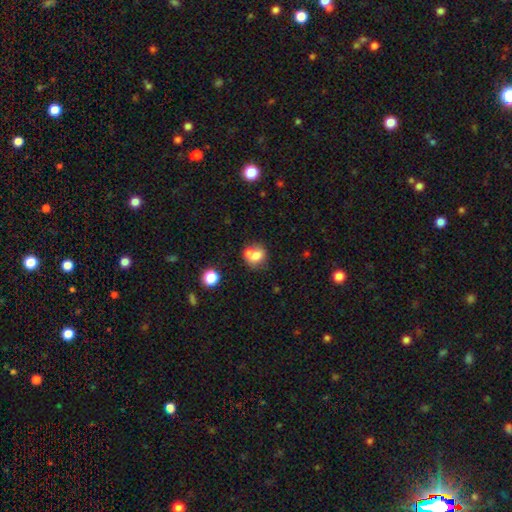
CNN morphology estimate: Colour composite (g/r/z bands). It shows a smooth galaxy with no disk features (71%) that is round (69%). Merging: none (42%, tied with merger).